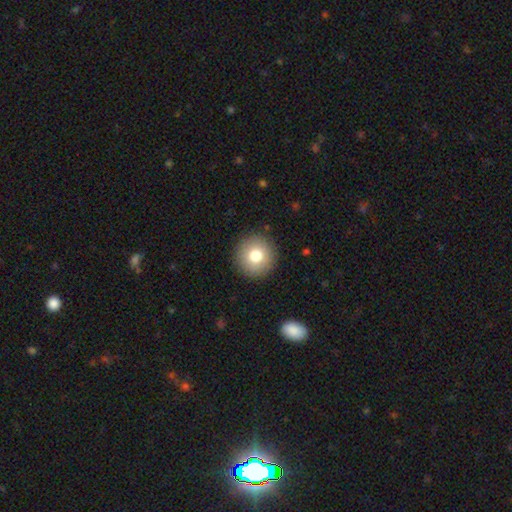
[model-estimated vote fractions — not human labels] A smooth galaxy with no disk features (78%) that is round (95%). Merging: none (91%).